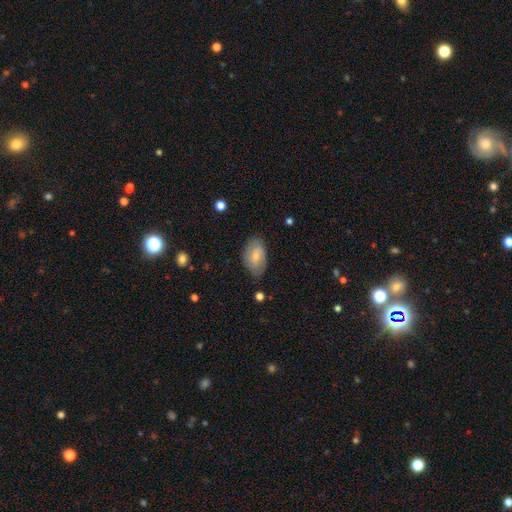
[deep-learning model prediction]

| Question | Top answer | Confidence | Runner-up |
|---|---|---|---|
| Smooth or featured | smooth | 53% | featured or disk (41%) |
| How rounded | in between | 91% | round (7%) |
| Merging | none | 75% | minor disturbance (19%) |